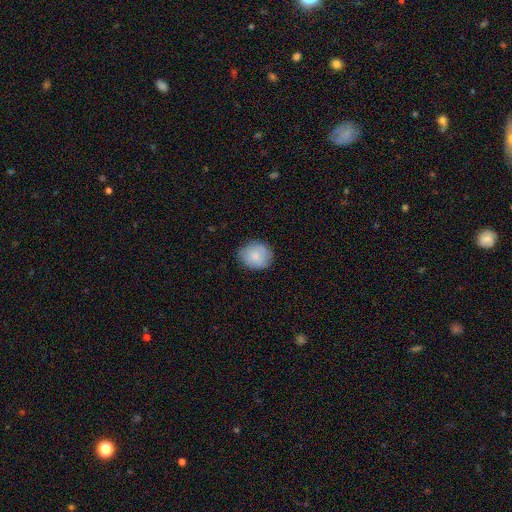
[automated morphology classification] type=smooth (82%); roundness=round (71%); merging=none (80%).